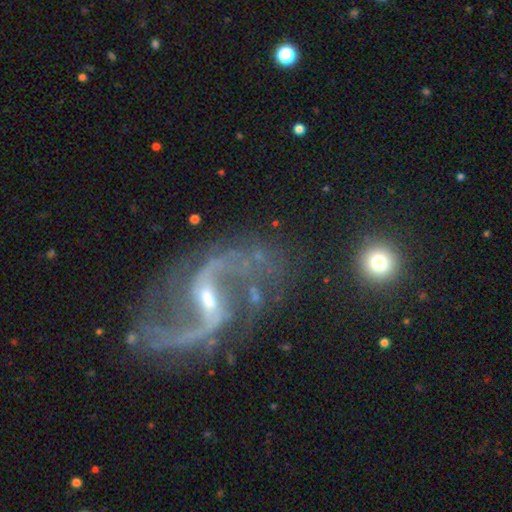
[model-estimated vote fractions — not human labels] featured or disk 92%, star or artifact 6%, smooth 3%. Down the decision tree: edge-on disk — no (98%); bar — weak (45%); spiral arms — yes (97%); spiral arm count — 2 (94%); spiral winding — loose (77%); bulge size — small (59%); merging — none (64%).